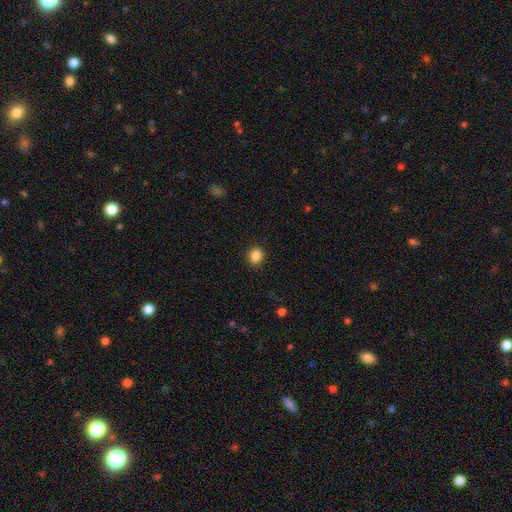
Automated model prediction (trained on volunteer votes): Smooth or featured? Predicted: smooth (p=0.86). How rounded? Predicted: round (p=0.81). Merging? Predicted: none (p=0.90).